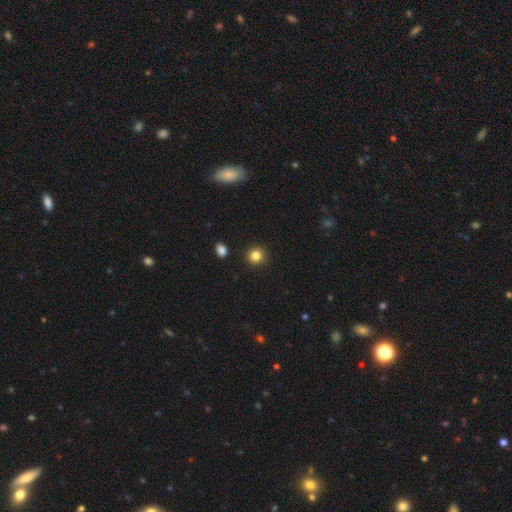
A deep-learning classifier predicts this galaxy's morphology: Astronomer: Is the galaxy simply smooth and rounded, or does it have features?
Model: smooth — 84%.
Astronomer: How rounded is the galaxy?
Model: round — 92%.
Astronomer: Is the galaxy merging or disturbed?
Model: none — 92%.